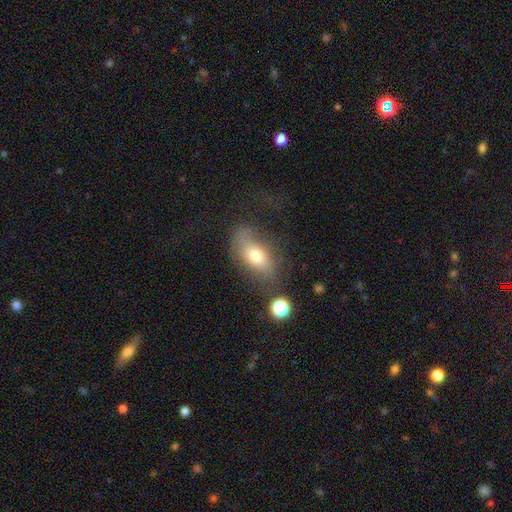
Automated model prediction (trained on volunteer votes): This is likely a smooth galaxy (68%). How rounded: clearly in between (85%). Merging: possibly none (56%).